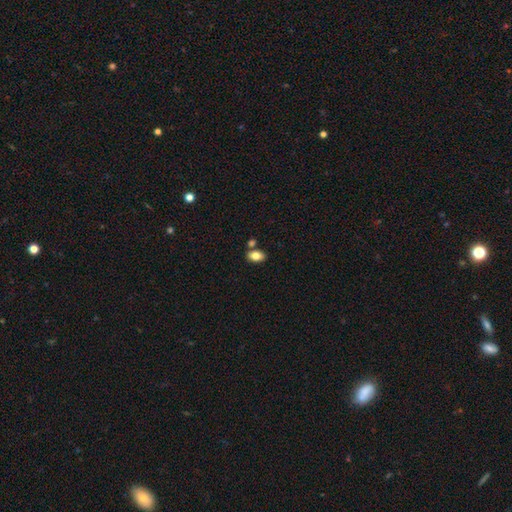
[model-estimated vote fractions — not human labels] A smooth galaxy with no disk features (81%) that is in between round and cigar-shaped (89%).

Vote fractions:
- Smooth or featured? smooth: 81% / featured or disk: 11% / star or artifact: 8%
- How rounded? in between: 89% / round: 9% / cigar-shaped: 2%
- Merging? none: 73% / merger: 14% / minor disturbance: 10% / major disturbance: 2%